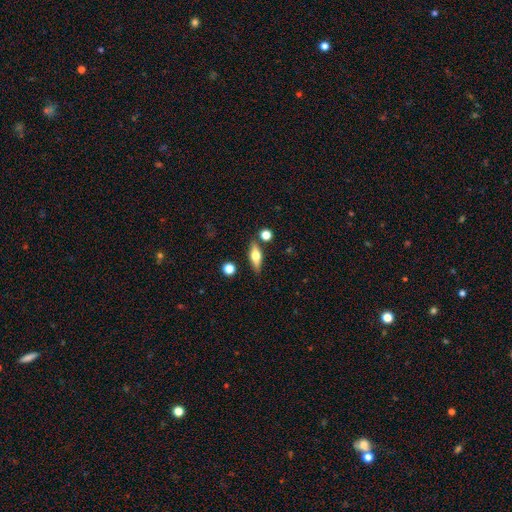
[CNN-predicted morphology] Smooth or featured? Predicted: featured or disk (p=0.47). Merging? Predicted: none (p=0.82).